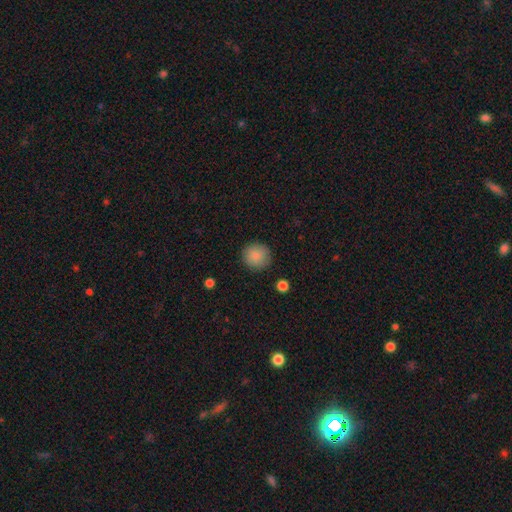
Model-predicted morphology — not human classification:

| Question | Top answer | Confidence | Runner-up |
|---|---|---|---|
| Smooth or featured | smooth | 87% | star or artifact (8%) |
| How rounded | round | 93% | in between (6%) |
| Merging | none | 89% | minor disturbance (7%) |